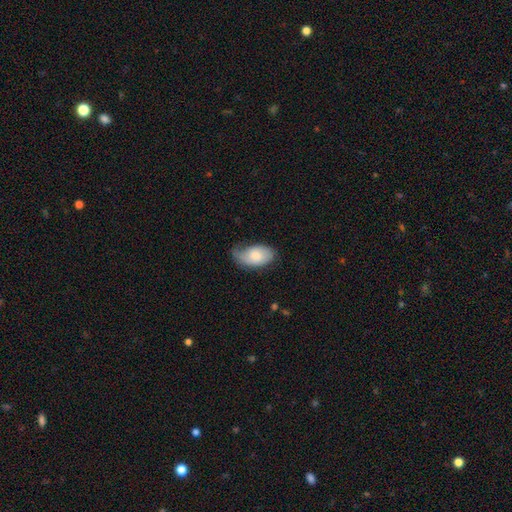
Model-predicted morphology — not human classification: A smooth galaxy with no disk features (60%) that is in between round and cigar-shaped (93%).

Vote fractions:
- Smooth or featured? smooth: 60% / featured or disk: 34% / star or artifact: 6%
- How rounded? in between: 93% / round: 6% / cigar-shaped: 1%
- Merging? none: 46% / minor disturbance: 36% / major disturbance: 17% / merger: 2%